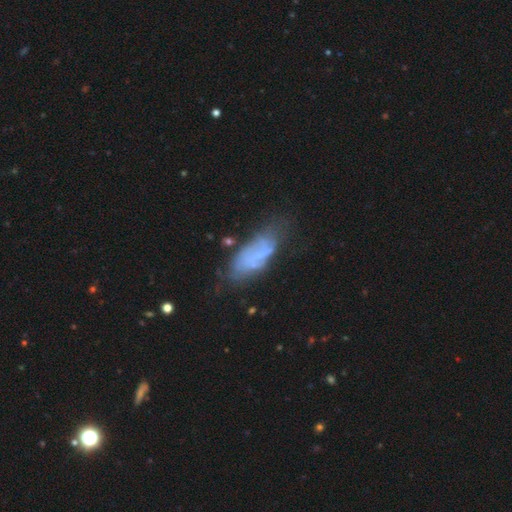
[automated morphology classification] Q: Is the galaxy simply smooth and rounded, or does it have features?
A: featured or disk — 47%.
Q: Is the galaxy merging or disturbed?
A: none — 48%.